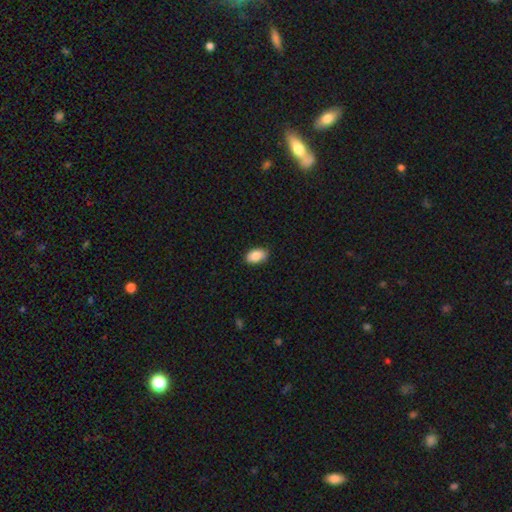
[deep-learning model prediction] Smooth or featured? smooth (86%)
How rounded? in between (91%)
Merging? none (87%)